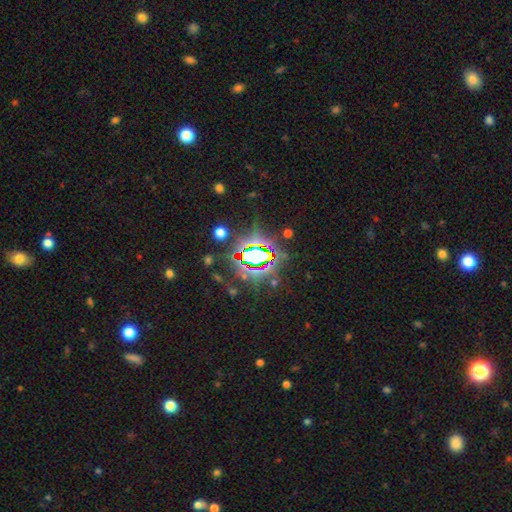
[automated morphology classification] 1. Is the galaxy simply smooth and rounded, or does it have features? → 71% star or artifact, 16% smooth, 12% featured or disk.